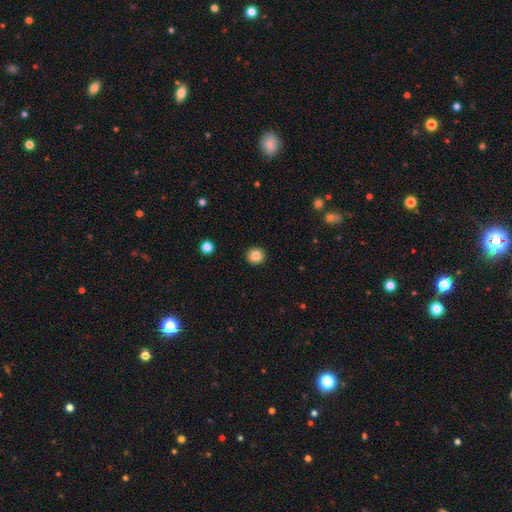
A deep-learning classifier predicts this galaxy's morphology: A smooth galaxy with no disk features (84%) that is round (94%). Merging: none (93%).